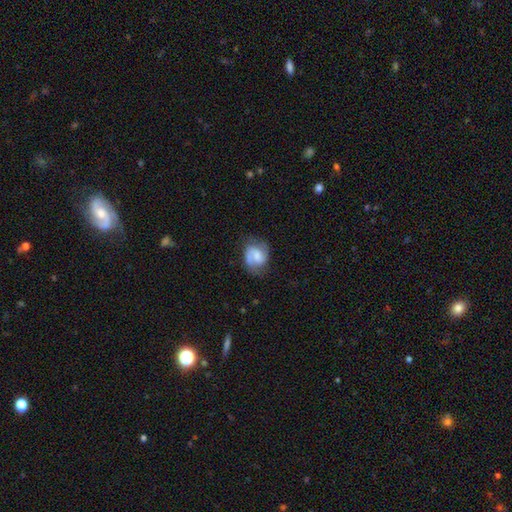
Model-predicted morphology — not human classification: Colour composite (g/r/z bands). It shows a featured or disk galaxy (65%) with a weak bar (49%), 2 (76%) medium (48%) spiral arms (89%) and a small central bulge (34%). Merging: none (62%).